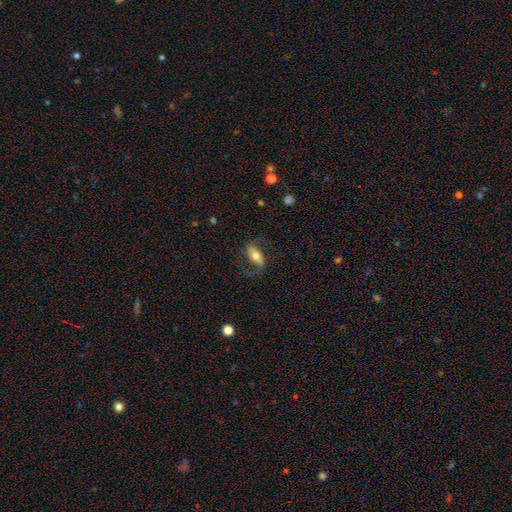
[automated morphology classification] smooth 50%, featured or disk 43%, star or artifact 7%. Down the decision tree: merging — none (67%).